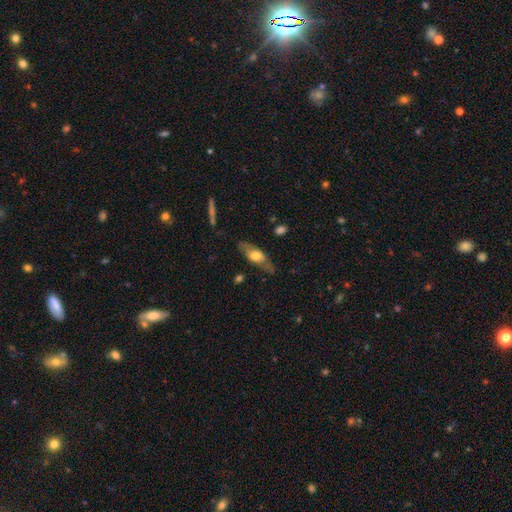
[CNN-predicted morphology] Overall: smooth (48%; featured or disk 45%). Merging: none (71%).